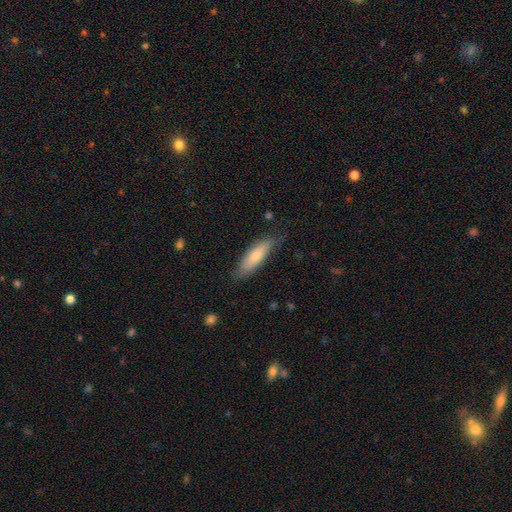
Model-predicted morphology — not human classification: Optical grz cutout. It shows a smooth galaxy with no disk features (71%) that is cigar-shaped (59%). Merging: none (76%).